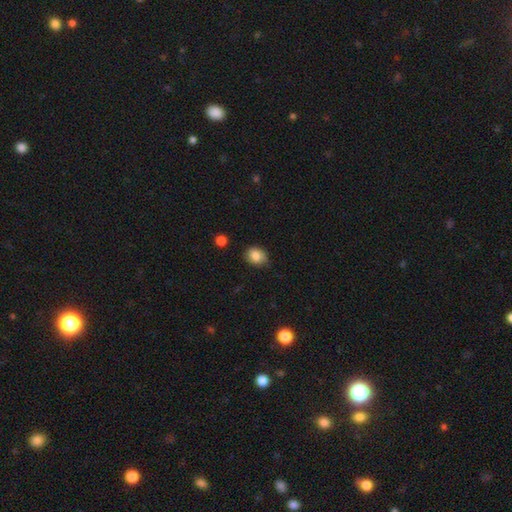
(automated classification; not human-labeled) This is clearly a smooth galaxy (84%). How rounded: possibly in between (52%). Merging: likely none (77%).